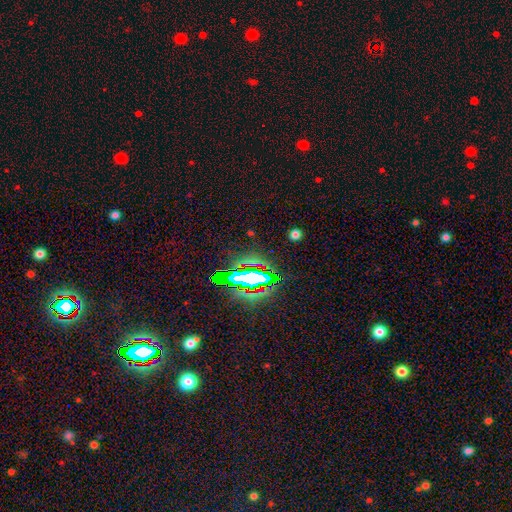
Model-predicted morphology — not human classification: smooth-or-featured: star or artifact: 63% | featured or disk: 19% | smooth: 17%